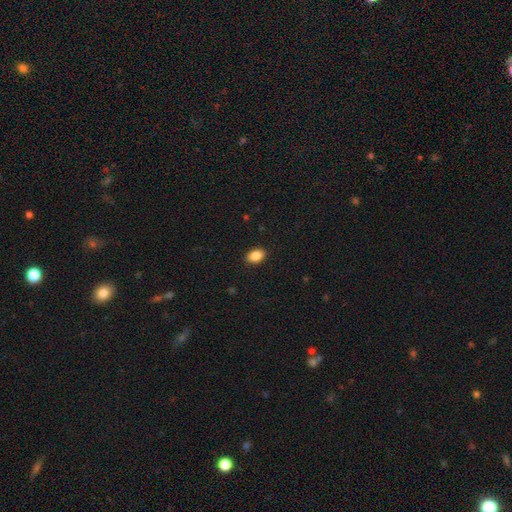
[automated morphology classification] Q: Smooth or featured?
A: smooth (87%); runner-up: star or artifact (8%)
Q: How rounded?
A: in between (85%); runner-up: round (14%)
Q: Merging?
A: none (90%); runner-up: minor disturbance (7%)